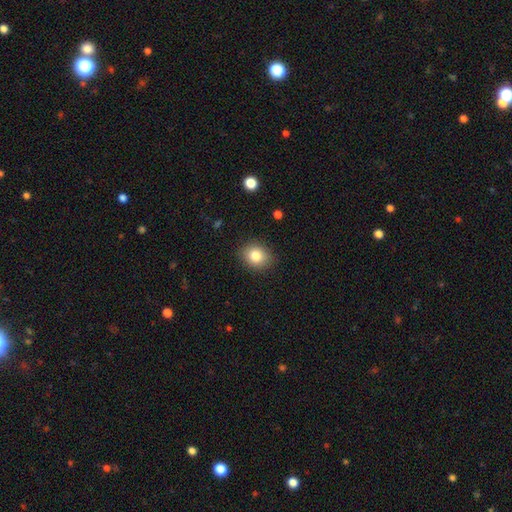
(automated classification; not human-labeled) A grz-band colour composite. It shows a smooth galaxy with no disk features (82%) that is round (63%). Merging: none (88%).